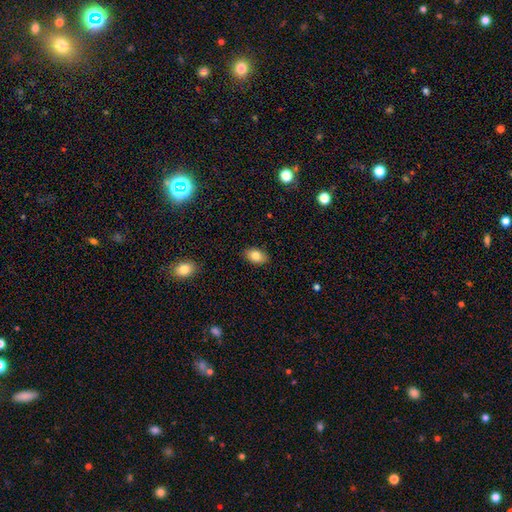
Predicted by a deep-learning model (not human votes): Morphology: type=smooth (81%); roundness=in between (89%); merging=none (88%).